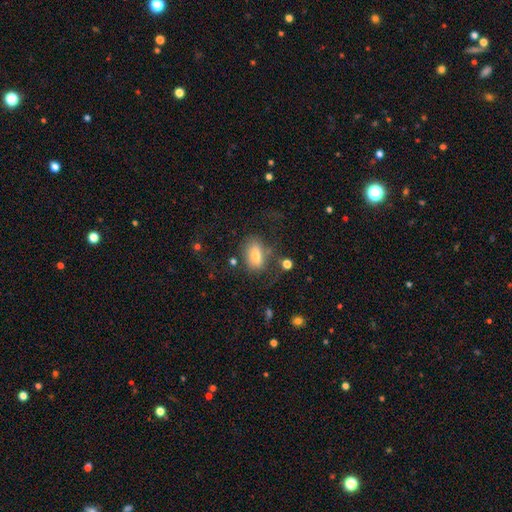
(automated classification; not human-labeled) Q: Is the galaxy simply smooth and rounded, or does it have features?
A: smooth — 68%.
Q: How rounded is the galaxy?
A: in between — 86%.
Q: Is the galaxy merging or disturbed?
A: none — 56%.